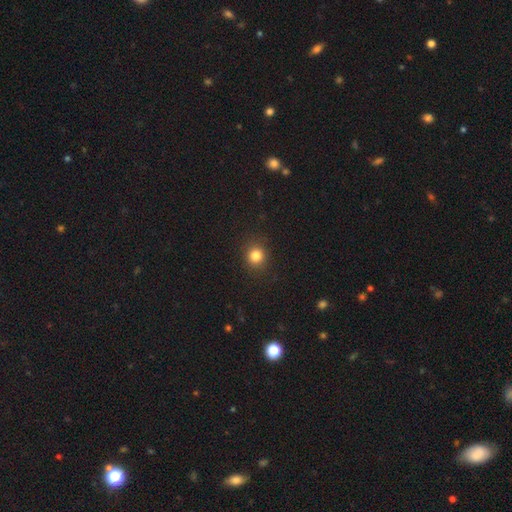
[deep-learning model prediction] smooth-or-featured: smooth: 83% | star or artifact: 12% | featured or disk: 5%
  how-rounded: round: 87% | in between: 12% | cigar-shaped: 1%
  merging: none: 90% | minor disturbance: 7% | major disturbance: 2% | merger: 1%